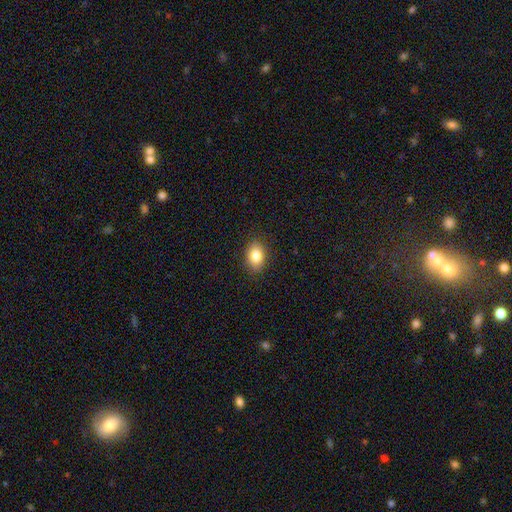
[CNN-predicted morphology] Smooth or featured? smooth (83%)
How rounded? in between (77%)
Merging? none (88%)